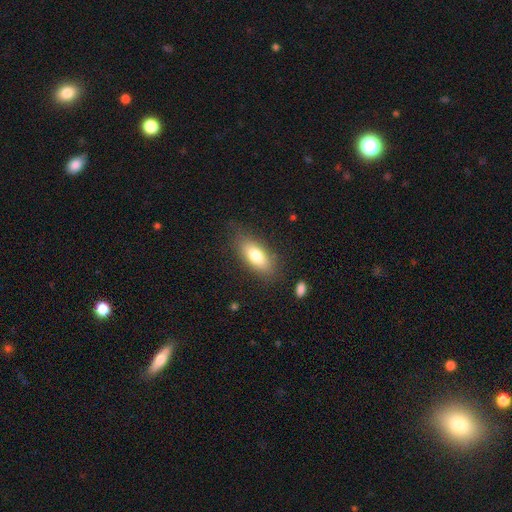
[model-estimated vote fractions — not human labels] Smooth or featured?
  - smooth: 75% *
  - featured or disk: 17%
  - star or artifact: 7%
How rounded?
  - in between: 81% *
  - cigar-shaped: 16%
  - round: 3%
Merging?
  - none: 77% *
  - minor disturbance: 16%
  - major disturbance: 6%
  - merger: 2%